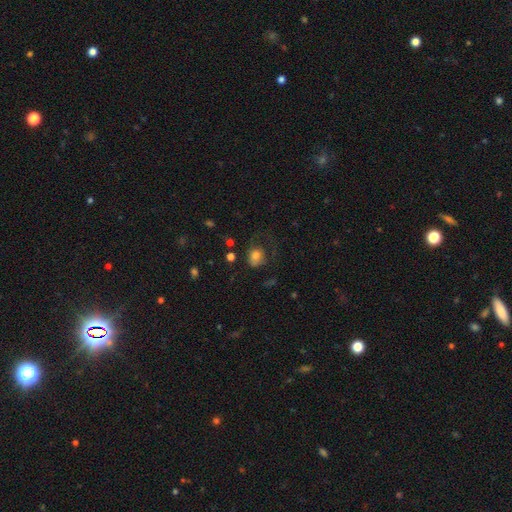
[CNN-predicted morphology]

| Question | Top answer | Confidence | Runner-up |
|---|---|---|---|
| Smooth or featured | smooth | 73% | featured or disk (16%) |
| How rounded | round | 61% | in between (38%) |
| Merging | none | 43% | major disturbance (32%) |